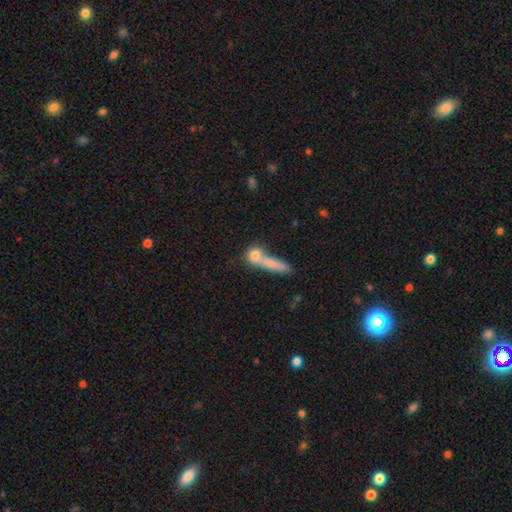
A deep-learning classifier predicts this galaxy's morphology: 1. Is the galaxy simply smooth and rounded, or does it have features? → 74% smooth, 16% featured or disk, 9% star or artifact.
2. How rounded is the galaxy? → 48% round, 28% cigar-shaped, 24% in between.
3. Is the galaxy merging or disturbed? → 41% merger, 39% none, 11% minor disturbance, 9% major disturbance.